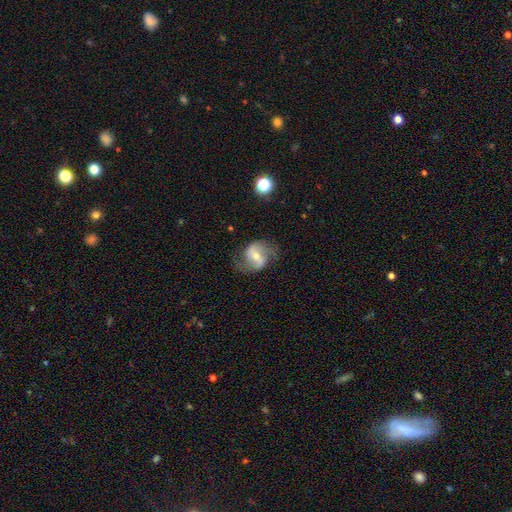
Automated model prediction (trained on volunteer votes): smooth-or-featured: featured or disk: 83% | smooth: 10% | star or artifact: 7%
  disk-edge-on: no: 98% | yes: 2%
    bar: weak: 45% | strong: 32% | no: 23%
    has-spiral-arms: yes: 95% | no: 5%
      spiral-winding: medium: 46% | loose: 39% | tight: 14%
      spiral-arm-count: 2: 91% | can't tell: 4% | 1: 2% | 3: 1% | 4: 1% | more than 4: 1%
    bulge-size: small: 49% | moderate: 46% | large: 2% | none: 2% | dominant: 1%
  merging: none: 76% | minor disturbance: 15% | major disturbance: 8% | merger: 1%